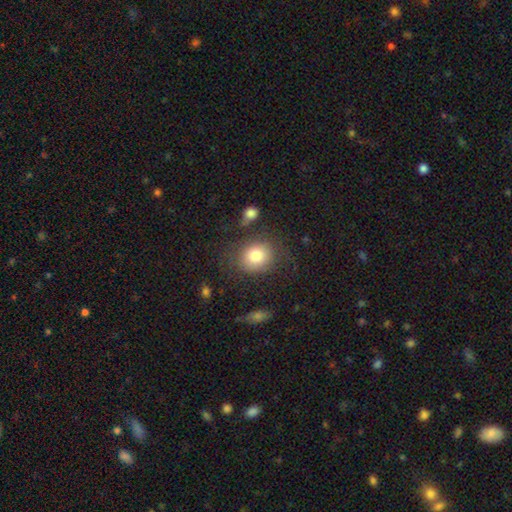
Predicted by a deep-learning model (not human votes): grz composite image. It shows a smooth galaxy with no disk features (80%) that is round (69%). Merging: none (72%).